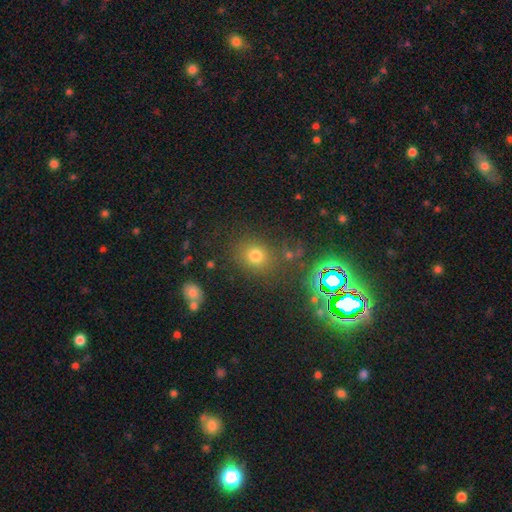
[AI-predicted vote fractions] smooth 69%, star or artifact 23%, featured or disk 9%. Down the decision tree: how rounded — round (76%); merging — none (77%).